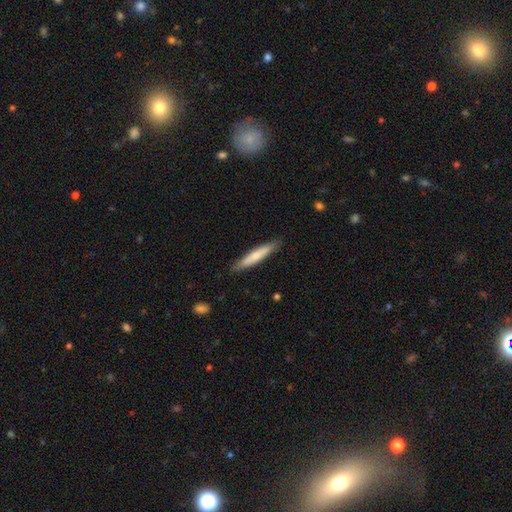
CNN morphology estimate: smooth-or-featured: smooth: 65% | featured or disk: 30% | star or artifact: 5%
  how-rounded: cigar-shaped: 92% | in between: 7% | round: 1%
  merging: none: 88% | minor disturbance: 9% | major disturbance: 2% | merger: 1%